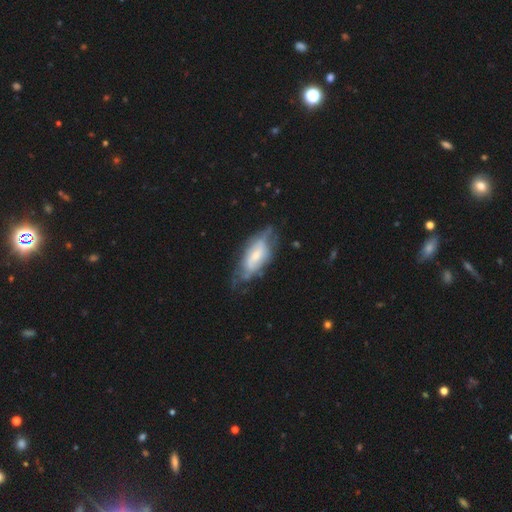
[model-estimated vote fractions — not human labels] Smooth or featured?
  - featured or disk: 57% *
  - smooth: 36%
  - star or artifact: 7%
Edge-on disk?
  - no: 84% *
  - yes: 16%
Merging?
  - none: 47% *
  - minor disturbance: 31%
  - major disturbance: 19%
  - merger: 3%